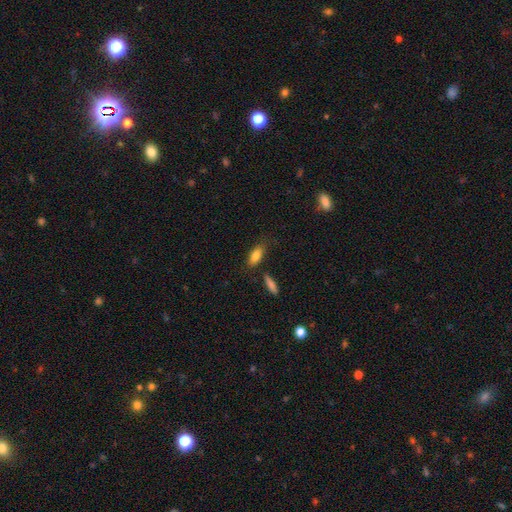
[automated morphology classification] Smooth or featured: smooth — 83% (featured or disk — 10%)
How rounded: in between — 80% (cigar-shaped — 16%)
Merging: none — 72% (minor disturbance — 17%)